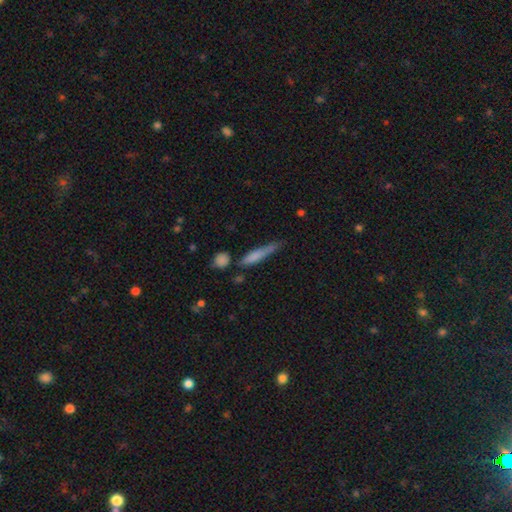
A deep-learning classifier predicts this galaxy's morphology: Overall: smooth (68%). How rounded: cigar-shaped (88%). Merging: none (54%; minor disturbance 27%).